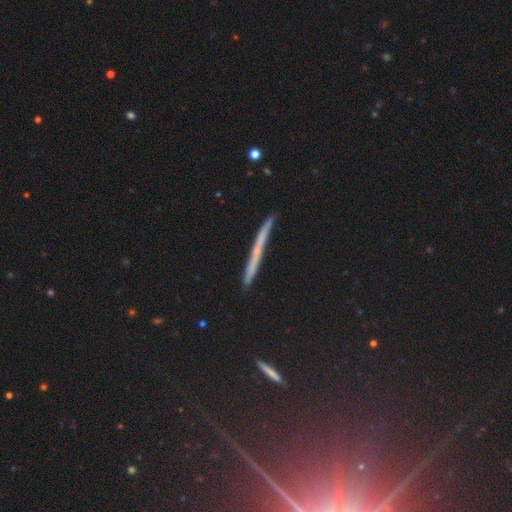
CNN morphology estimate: featured or disk 41%, smooth 39%, star or artifact 20%. Down the decision tree: merging — none (88%).